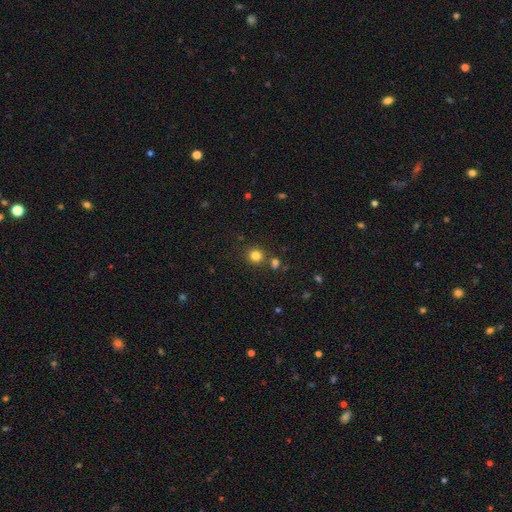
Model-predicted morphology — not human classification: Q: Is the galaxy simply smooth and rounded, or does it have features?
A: smooth — 81%.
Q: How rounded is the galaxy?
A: round — 92%.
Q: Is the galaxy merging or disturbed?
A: none — 80%.